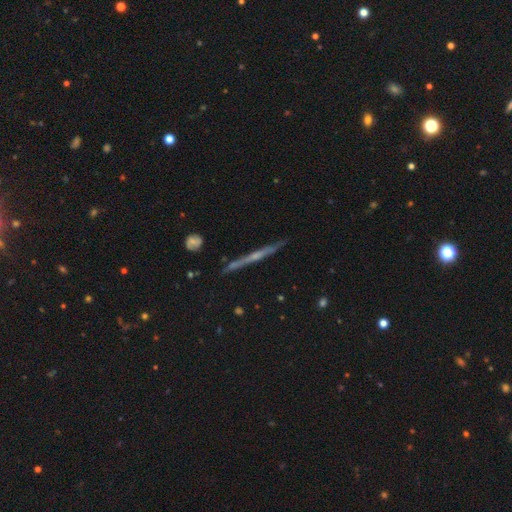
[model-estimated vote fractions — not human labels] featured or disk 71%, smooth 21%, star or artifact 8%. Down the decision tree: edge-on disk — yes (97%); edge-on bulge — none (47%); merging — none (88%).